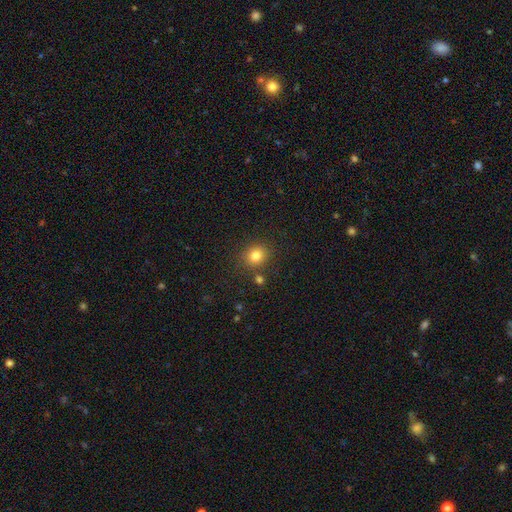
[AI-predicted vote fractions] Smooth or featured? smooth (81%)
How rounded? round (73%)
Merging? none (81%)